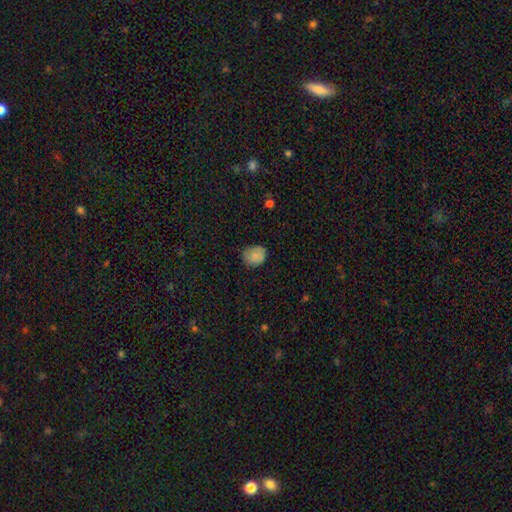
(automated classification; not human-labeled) smooth 84%, star or artifact 9%, featured or disk 7%. Down the decision tree: how rounded — round (64%); merging — none (74%).